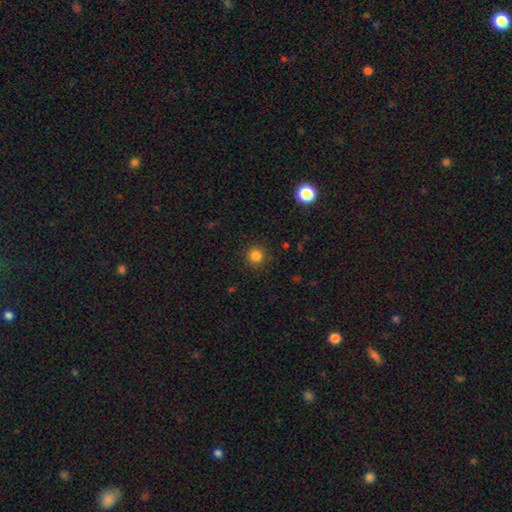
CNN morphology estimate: smooth_or_featured: smooth (p=0.84) [alt: star or artifact p=0.12]
how_rounded: round (p=0.94) [alt: in between p=0.05]
merging: none (p=0.90) [alt: minor disturbance p=0.06]